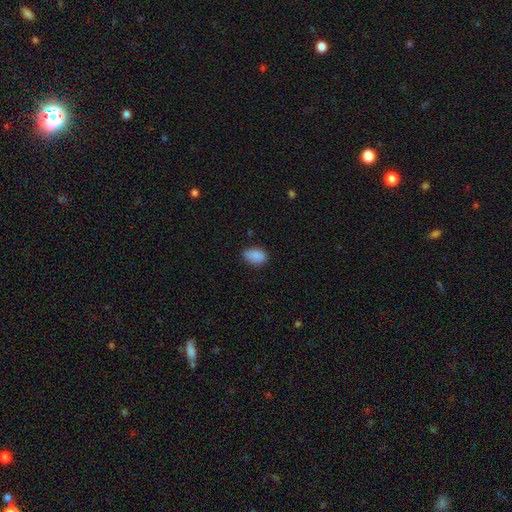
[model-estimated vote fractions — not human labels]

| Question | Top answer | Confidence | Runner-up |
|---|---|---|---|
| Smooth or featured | smooth | 89% | star or artifact (8%) |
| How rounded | in between | 90% | round (9%) |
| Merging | none | 75% | minor disturbance (20%) |